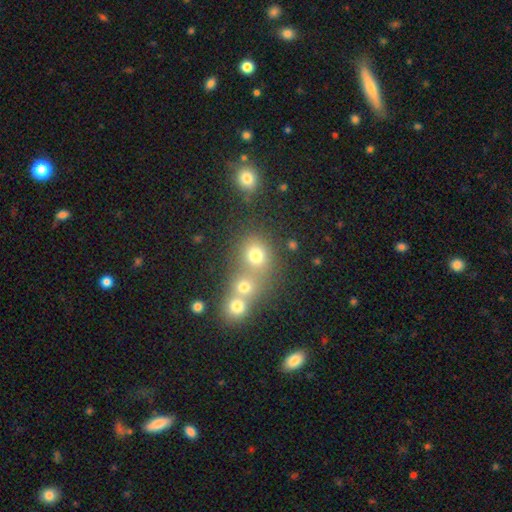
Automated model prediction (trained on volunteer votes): The model was most divided on "merging": none: 46%, merger: 43%, minor disturbance: 7%, major disturbance: 4%. More confident: how rounded — round (76%); smooth or featured — smooth (72%).